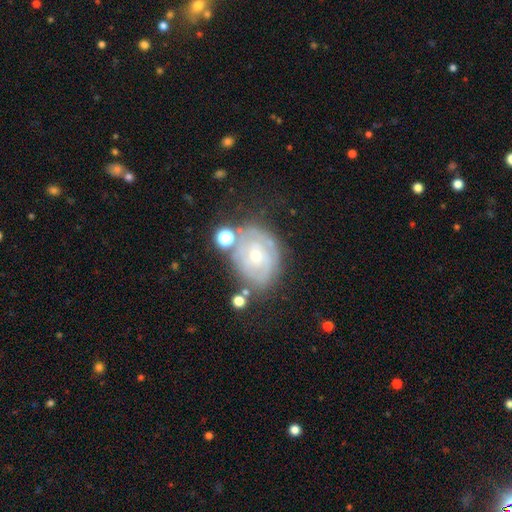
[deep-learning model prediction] Overall: featured or disk (71%). Edge-on disk: no (96%). Bar: no (78%). Spiral arms: yes (75%). Spiral arm count: can't tell (50%; 2 26%). Spiral winding: tight (70%). Bulge size: small (57%; moderate 40%). Merging: none (60%; minor disturbance 22%).